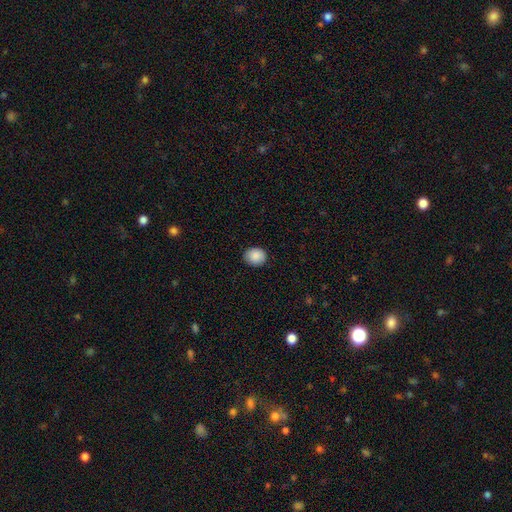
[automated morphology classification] This appears to be a smooth galaxy with no disk features (89%) that is round (65%). Merging: none (88%).